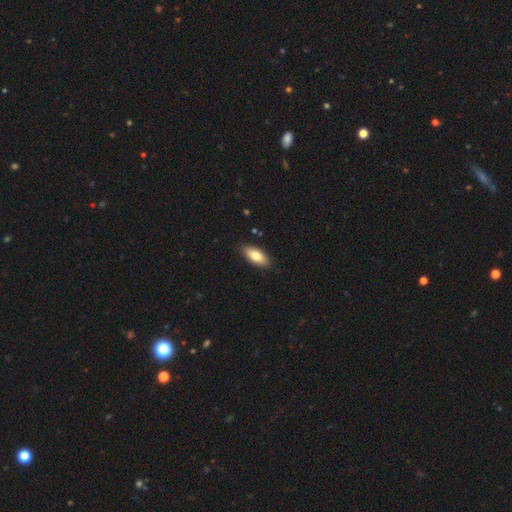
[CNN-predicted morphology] Smooth or featured: smooth — 80% (featured or disk — 14%)
How rounded: in between — 85% (cigar-shaped — 13%)
Merging: none — 87% (minor disturbance — 10%)